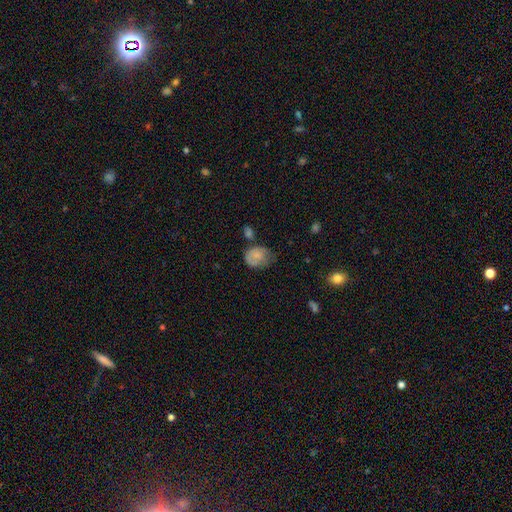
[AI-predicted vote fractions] smooth-or-featured: smooth: 69% | featured or disk: 23% | star or artifact: 8%
  how-rounded: in between: 58% | round: 41% | cigar-shaped: 1%
  merging: none: 37% | minor disturbance: 35% | major disturbance: 19% | merger: 9%